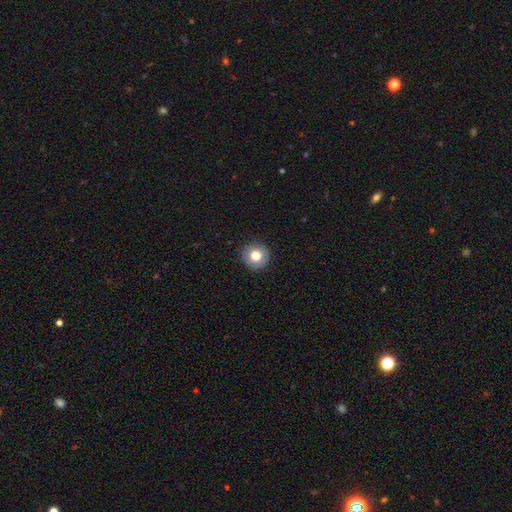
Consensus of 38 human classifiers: This is likely a smooth galaxy (76%). How rounded: clearly round (100%). Merging: clearly none (97%).